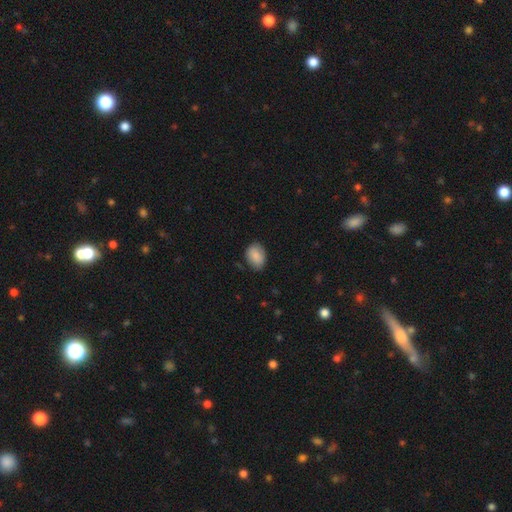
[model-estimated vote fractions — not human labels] Q: Smooth or featured?
A: smooth (87%); runner-up: star or artifact (7%)
Q: How rounded?
A: in between (75%); runner-up: round (24%)
Q: Merging?
A: none (79%); runner-up: minor disturbance (16%)